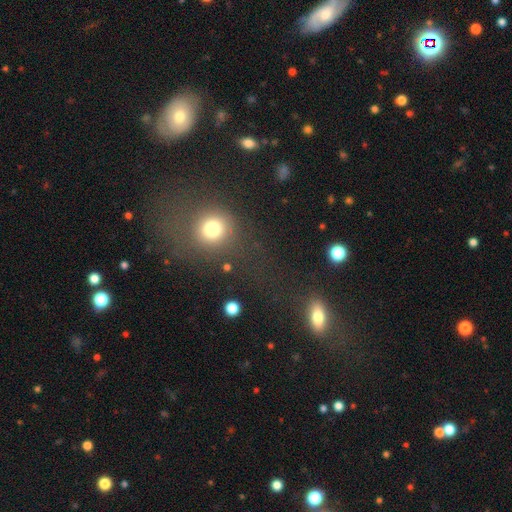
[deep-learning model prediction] smooth_or_featured: smooth (p=0.56) [alt: star or artifact p=0.31]
how_rounded: round (p=0.67) [alt: in between p=0.30]
merging: none (p=0.49) [alt: major disturbance p=0.19]